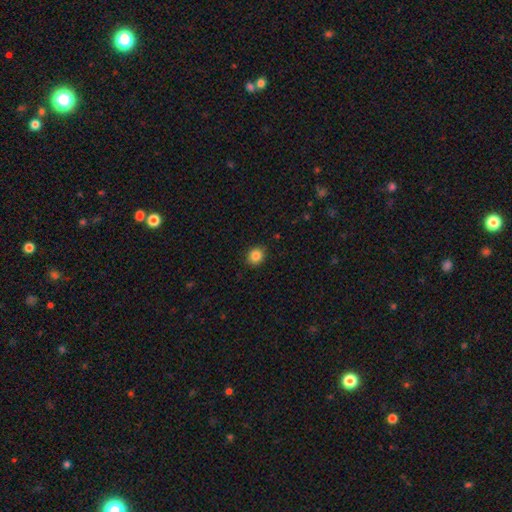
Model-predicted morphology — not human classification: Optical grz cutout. It shows a smooth galaxy with no disk features (85%) that is round (78%). Merging: none (89%).